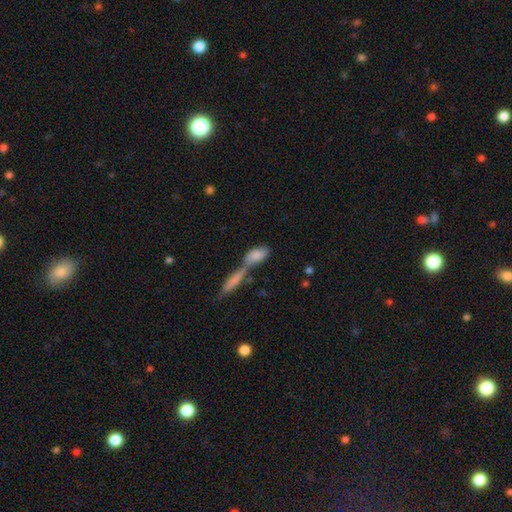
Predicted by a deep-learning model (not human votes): The model was most divided on "merging": merger: 56%, none: 27%, minor disturbance: 10%, major disturbance: 6%. More confident: how rounded — in between (80%); smooth or featured — smooth (77%).